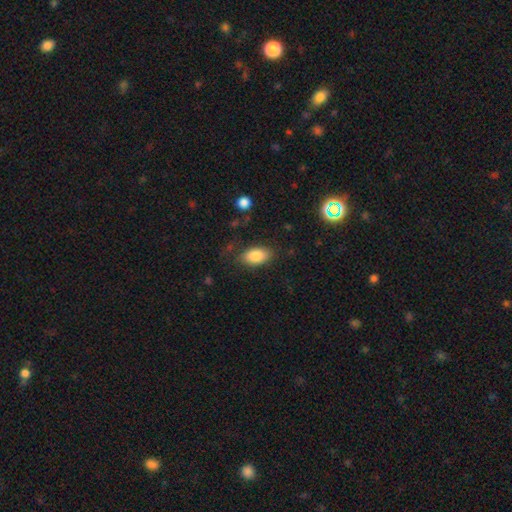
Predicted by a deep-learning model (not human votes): Smooth or featured: smooth — 85% (featured or disk — 8%)
How rounded: in between — 91% (round — 6%)
Merging: none — 79% (minor disturbance — 14%)